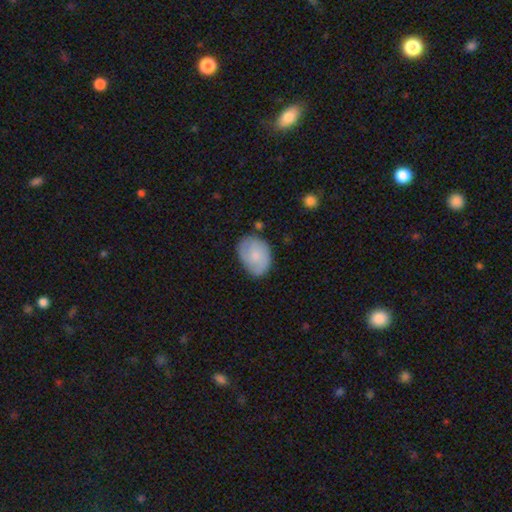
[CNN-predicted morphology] Q: Smooth or featured?
A: smooth (67%); runner-up: featured or disk (26%)
Q: How rounded?
A: in between (74%); runner-up: round (25%)
Q: Merging?
A: none (68%); runner-up: minor disturbance (24%)